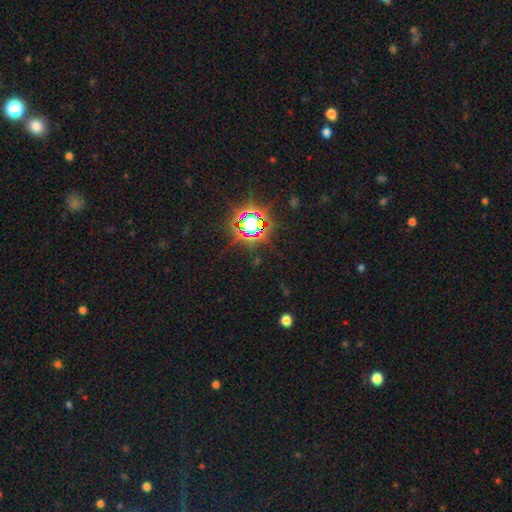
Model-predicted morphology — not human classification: The model was most divided on "smooth or featured": star or artifact: 78%, smooth: 14%, featured or disk: 8%.